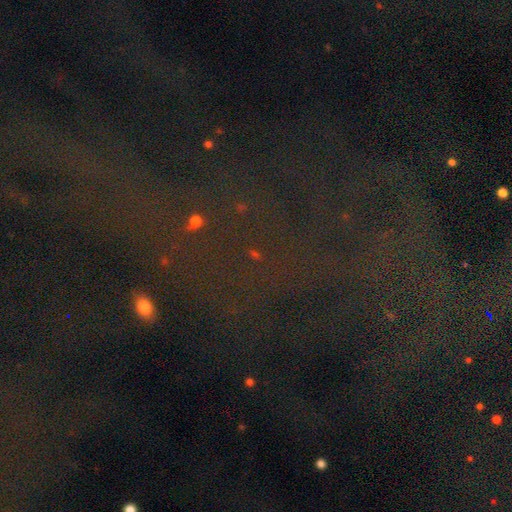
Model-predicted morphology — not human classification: Smooth or featured? Predicted: star or artifact (p=0.72).